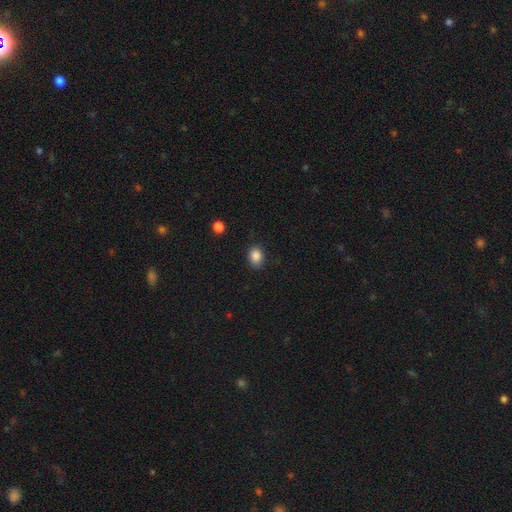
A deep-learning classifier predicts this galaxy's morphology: The model was most divided on "how rounded": in between: 68%, round: 31%, cigar-shaped: 1%. More confident: smooth or featured — smooth (87%); merging — none (81%).